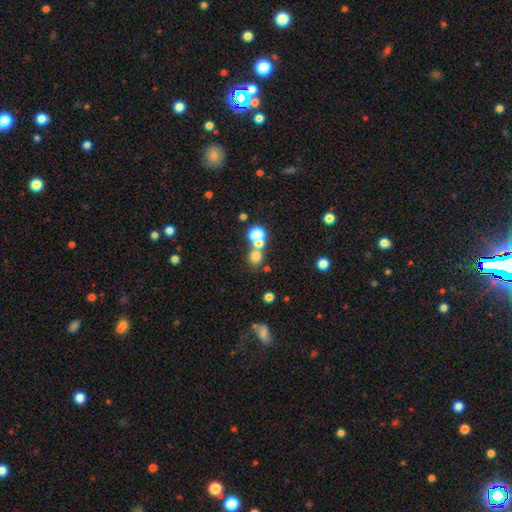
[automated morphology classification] type=smooth (68%); roundness=round (83%); merging=none (54%).